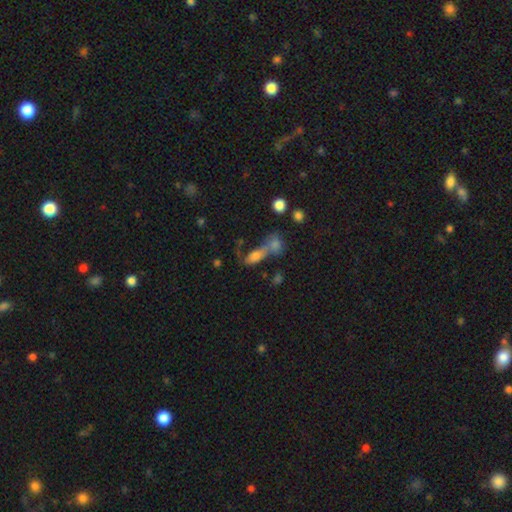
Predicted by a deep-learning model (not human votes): This is likely a smooth galaxy (68%). How rounded: likely in between (71%). Merging: possibly merger (52%).